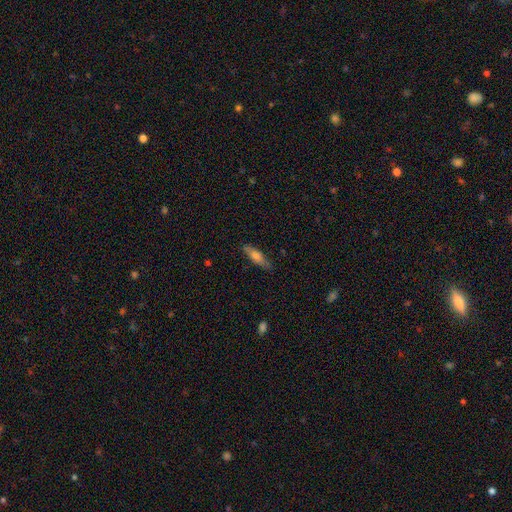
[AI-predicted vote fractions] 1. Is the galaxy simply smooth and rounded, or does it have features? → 64% smooth, 29% featured or disk, 7% star or artifact.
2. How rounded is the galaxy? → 65% cigar-shaped, 33% in between, 2% round.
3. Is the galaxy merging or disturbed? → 83% none, 13% minor disturbance, 3% major disturbance, 1% merger.